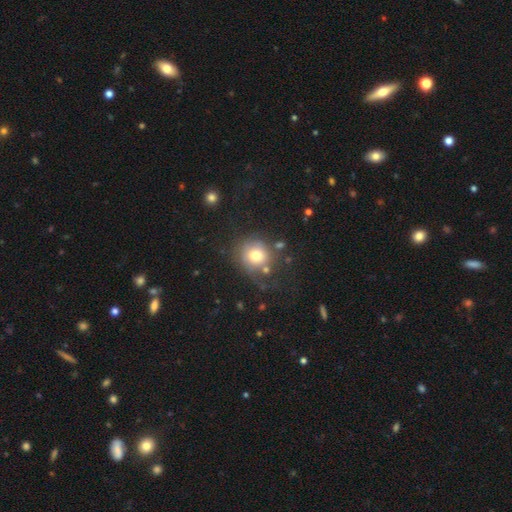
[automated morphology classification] Overall: smooth (73%). How rounded: round (87%). Merging: none (60%).